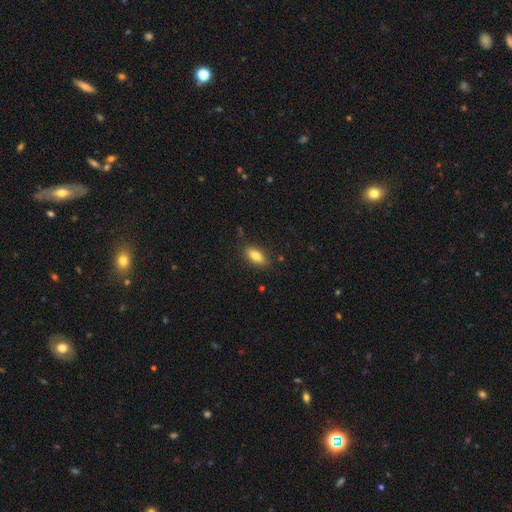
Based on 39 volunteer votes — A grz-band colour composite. It shows a smooth galaxy with no disk features (85%) that is in between round and cigar-shaped (88%). Merging: none (83%).